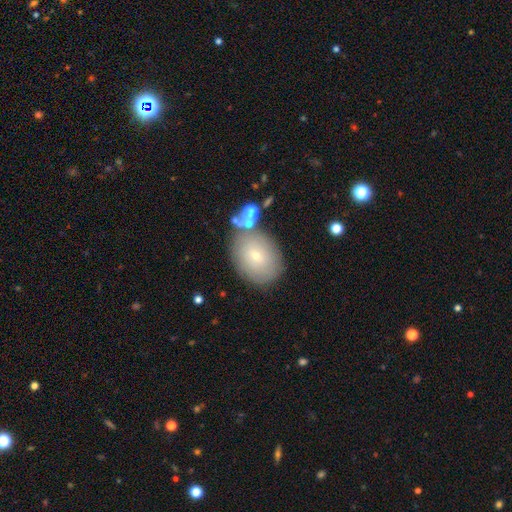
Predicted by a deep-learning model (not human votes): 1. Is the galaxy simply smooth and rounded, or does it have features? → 64% smooth, 26% featured or disk, 11% star or artifact.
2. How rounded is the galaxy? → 62% in between, 37% round, 1% cigar-shaped.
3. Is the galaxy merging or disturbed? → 72% none, 15% minor disturbance, 9% merger, 5% major disturbance.